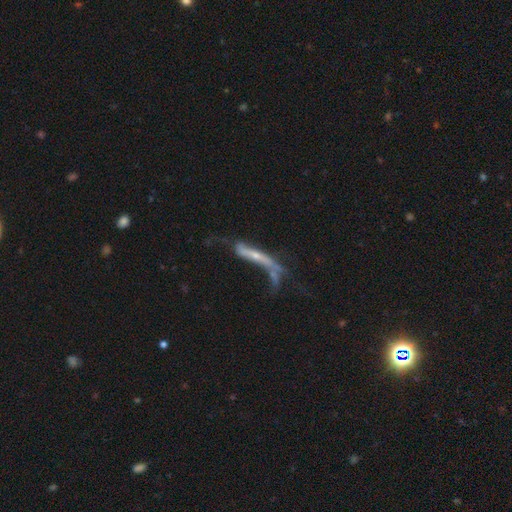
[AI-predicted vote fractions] smooth-or-featured: featured or disk: 60% | smooth: 28% | star or artifact: 12%
  disk-edge-on: yes: 56% | no: 44%
  merging: major disturbance: 35% | none: 27% | merger: 21% | minor disturbance: 18%